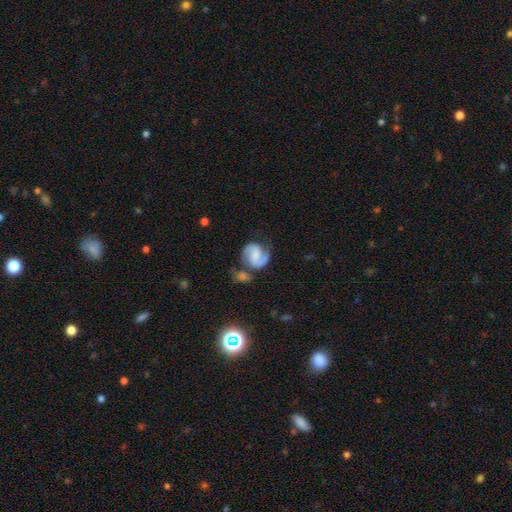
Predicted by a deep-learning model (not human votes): Smooth or featured? Predicted: featured or disk (p=0.84). Edge-on disk? Predicted: no (p=0.98). Bar? Predicted: weak (p=0.43). Spiral arms? Predicted: yes (p=0.97). Spiral winding? Predicted: medium (p=0.54). Spiral arm count? Predicted: 2 (p=0.91). Bulge size? Predicted: none (p=0.32). Merging? Predicted: none (p=0.57).